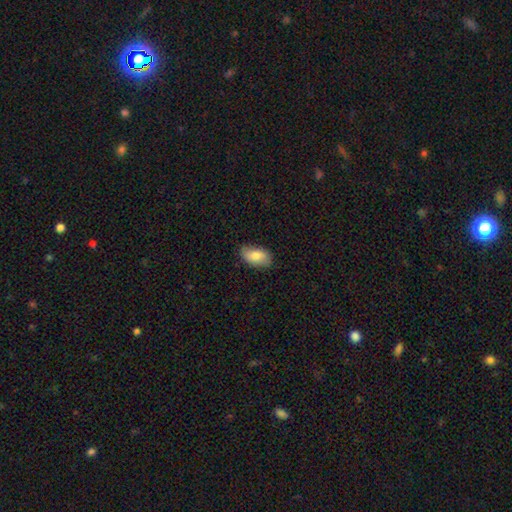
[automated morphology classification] This is likely a smooth galaxy (80%). How rounded: clearly in between (94%). Merging: likely none (77%).